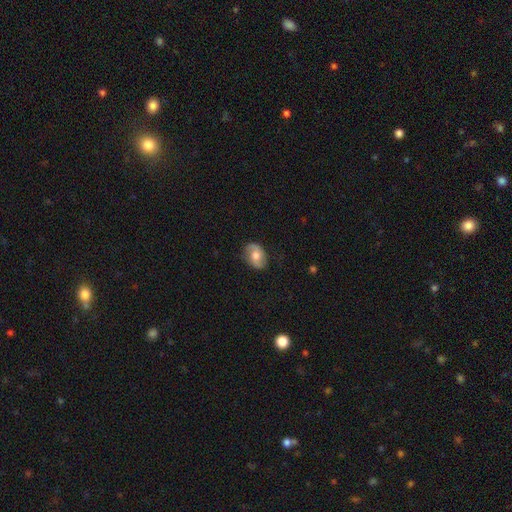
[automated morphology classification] Smooth or featured?
  - smooth: 47% *
  - featured or disk: 45%
  - star or artifact: 7%
Merging?
  - none: 78% *
  - minor disturbance: 17%
  - major disturbance: 4%
  - merger: 1%